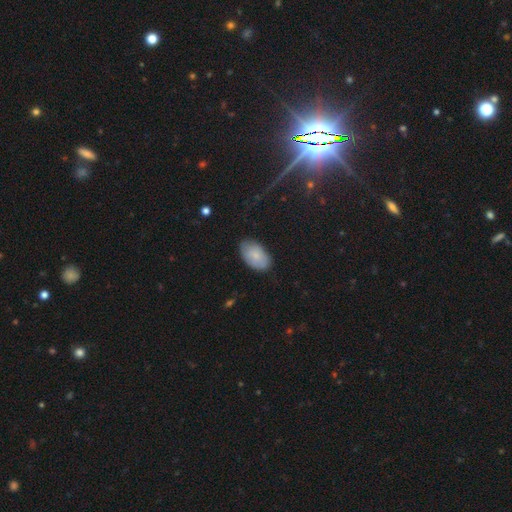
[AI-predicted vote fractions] Q: Smooth or featured?
A: smooth (78%); runner-up: featured or disk (15%)
Q: How rounded?
A: in between (94%); runner-up: round (5%)
Q: Merging?
A: none (78%); runner-up: minor disturbance (17%)